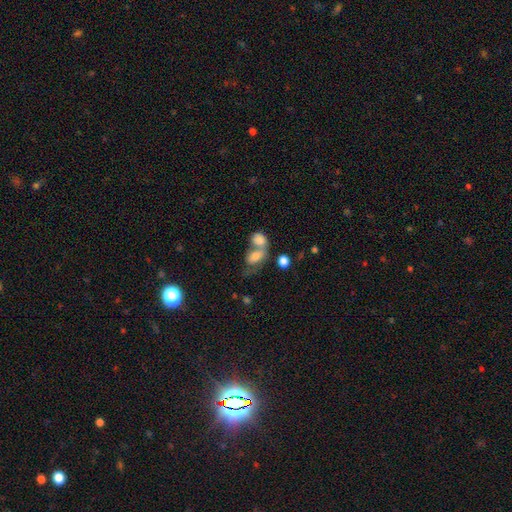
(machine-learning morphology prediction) type=smooth (60%); roundness=in between (71%); merging=merger (62%).